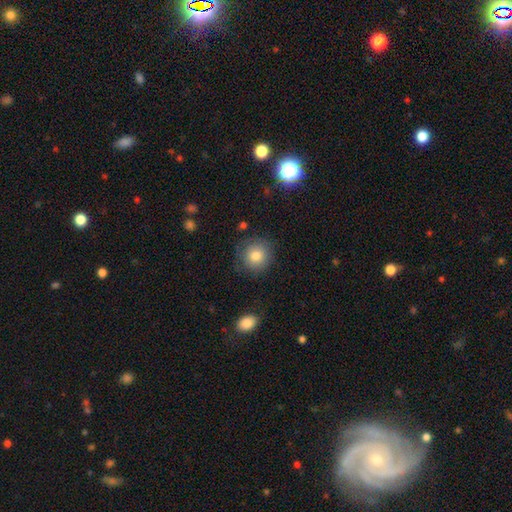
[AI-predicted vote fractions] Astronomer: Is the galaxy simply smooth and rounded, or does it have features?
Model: smooth — 79%.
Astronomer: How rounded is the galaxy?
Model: round — 91%.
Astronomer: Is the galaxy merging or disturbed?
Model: none — 80%.